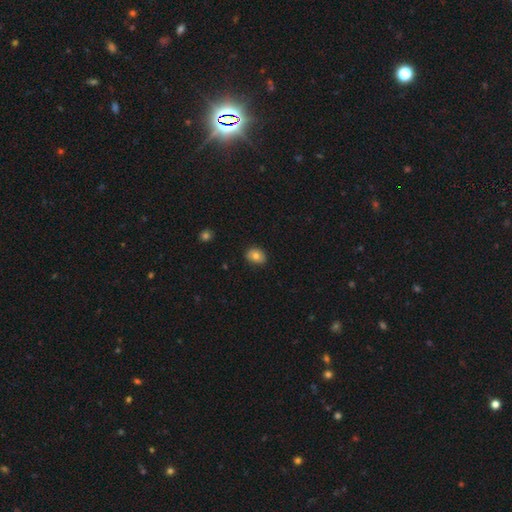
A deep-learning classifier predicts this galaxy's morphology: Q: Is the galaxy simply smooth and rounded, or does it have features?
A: smooth — 80%.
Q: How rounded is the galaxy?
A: in between — 60%.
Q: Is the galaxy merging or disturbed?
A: none — 85%.